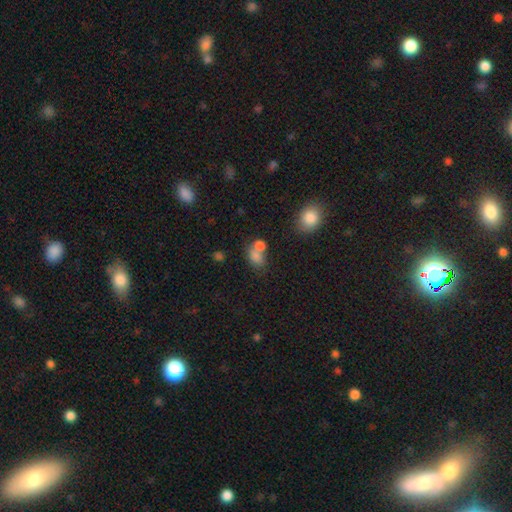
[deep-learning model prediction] A smooth galaxy with no disk features (77%) that is in between round and cigar-shaped (69%). Merging: merger (49%).